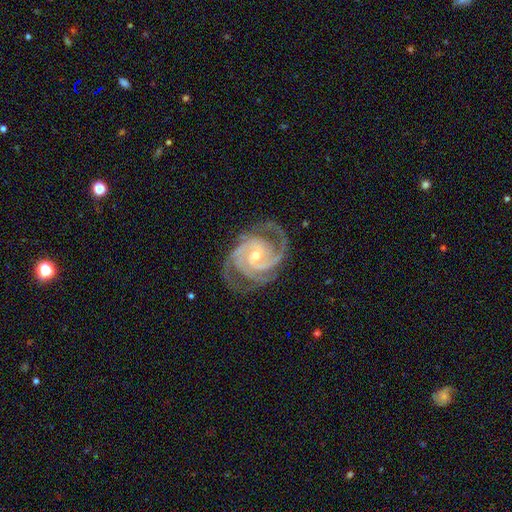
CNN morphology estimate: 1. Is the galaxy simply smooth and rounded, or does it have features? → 94% featured or disk, 4% star or artifact, 3% smooth.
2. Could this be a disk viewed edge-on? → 98% no, 2% yes.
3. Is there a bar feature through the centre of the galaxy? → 48% no, 38% weak, 14% strong.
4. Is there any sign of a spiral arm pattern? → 99% yes, 1% no.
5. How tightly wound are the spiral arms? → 56% tight, 39% medium, 5% loose.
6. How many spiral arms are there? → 45% 3, 29% 2, 9% 4, 7% can't tell, 5% more than 4, 5% 1.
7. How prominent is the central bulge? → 51% small, 46% moderate, 1% large, 1% none, 1% dominant.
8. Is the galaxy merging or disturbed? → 75% none, 16% minor disturbance, 7% major disturbance, 1% merger.